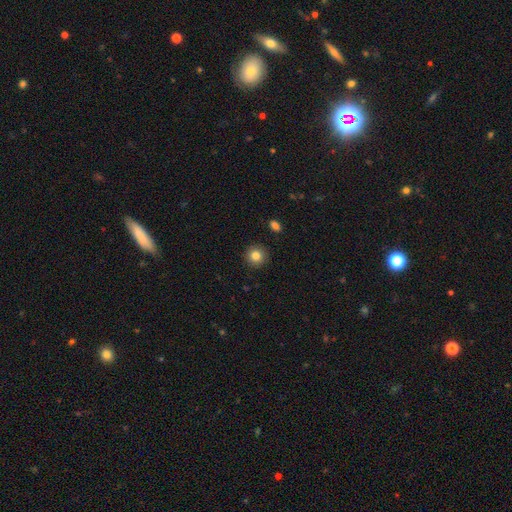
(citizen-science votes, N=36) Smooth or featured? smooth (89%)
How rounded? round (94%)
Merging? none (80%)